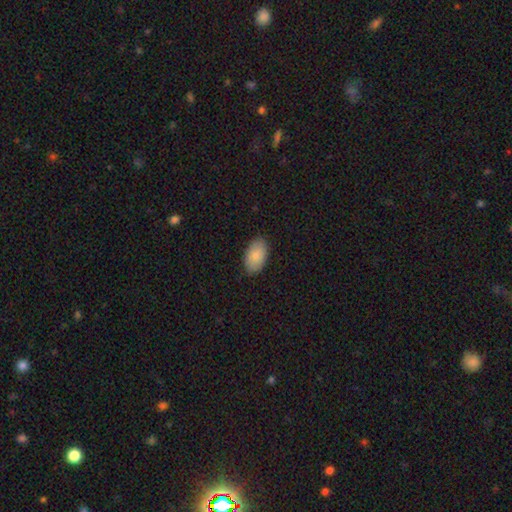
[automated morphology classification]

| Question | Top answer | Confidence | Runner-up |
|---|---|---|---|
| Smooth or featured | smooth | 85% | featured or disk (9%) |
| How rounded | in between | 94% | round (4%) |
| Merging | none | 86% | minor disturbance (11%) |